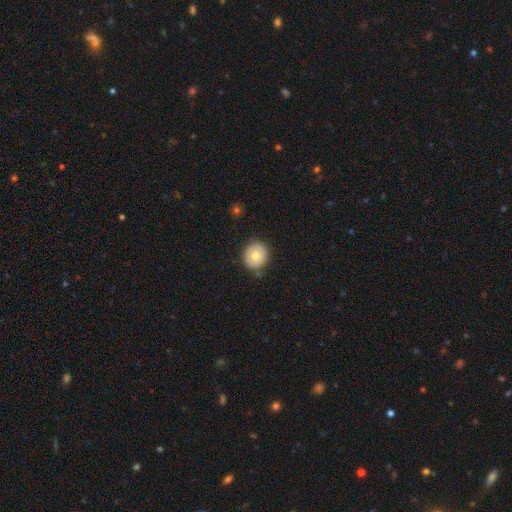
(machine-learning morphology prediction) smooth-or-featured: smooth: 75% | featured or disk: 16% | star or artifact: 9%
  how-rounded: round: 80% | in between: 19% | cigar-shaped: 1%
  merging: none: 81% | minor disturbance: 14% | major disturbance: 3% | merger: 2%